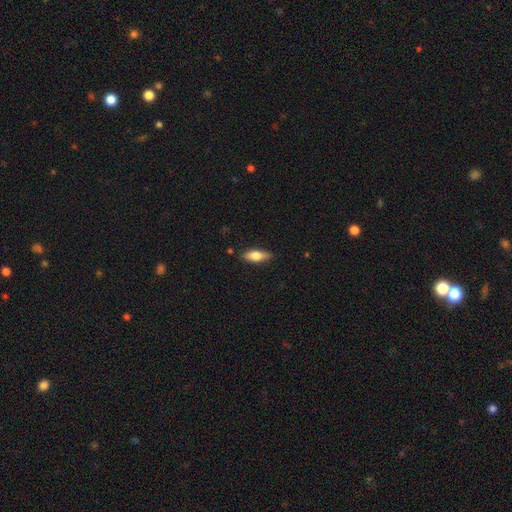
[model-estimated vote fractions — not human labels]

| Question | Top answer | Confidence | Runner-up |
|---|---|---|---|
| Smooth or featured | smooth | 63% | featured or disk (31%) |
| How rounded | in between | 58% | cigar-shaped (40%) |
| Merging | none | 87% | minor disturbance (10%) |